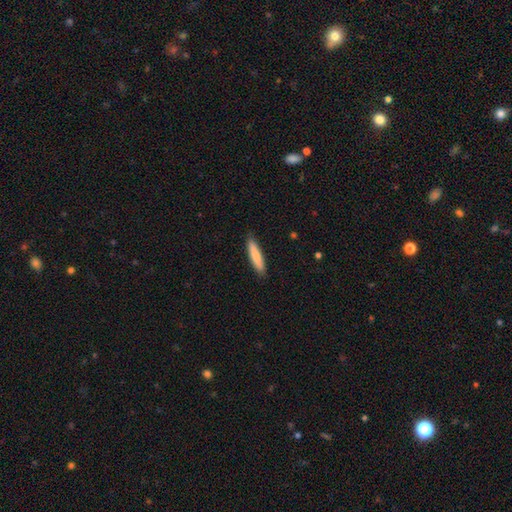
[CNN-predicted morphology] This appears to be a smooth galaxy with no disk features (79%) that is cigar-shaped (85%). Merging: none (89%).